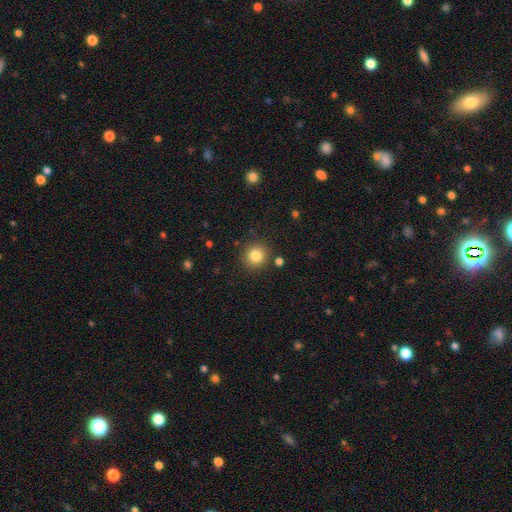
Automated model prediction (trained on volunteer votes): This appears to be a smooth galaxy with no disk features (83%) that is round (92%). Merging: none (87%).